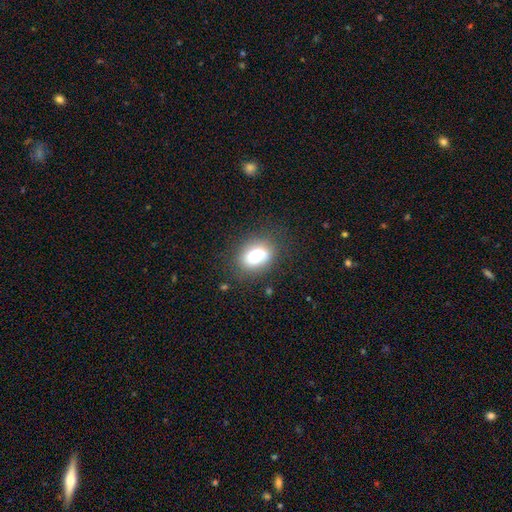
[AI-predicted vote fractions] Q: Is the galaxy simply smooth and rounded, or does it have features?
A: smooth — 75%.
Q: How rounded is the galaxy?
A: in between — 77%.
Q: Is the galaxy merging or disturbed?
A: none — 78%.